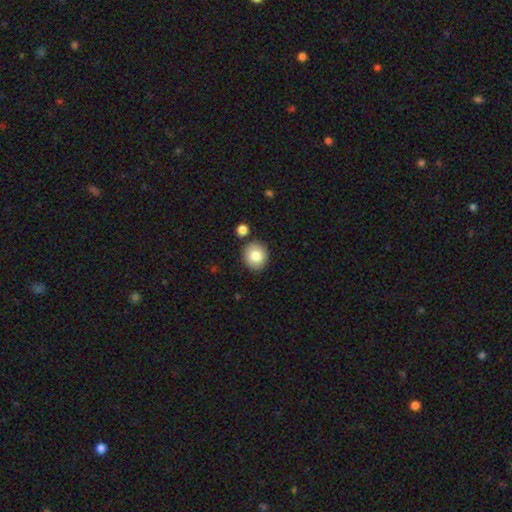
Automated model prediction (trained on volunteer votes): This is clearly a smooth galaxy (82%). How rounded: clearly round (83%). Merging: clearly none (83%).